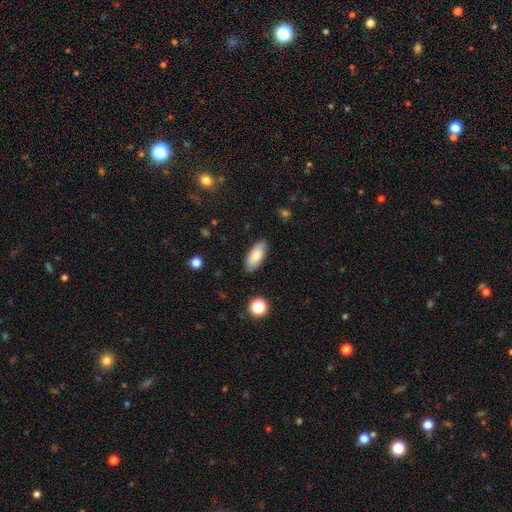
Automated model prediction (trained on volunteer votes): Smooth or featured? Predicted: smooth (p=0.84). How rounded? Predicted: in between (p=0.85). Merging? Predicted: none (p=0.87).